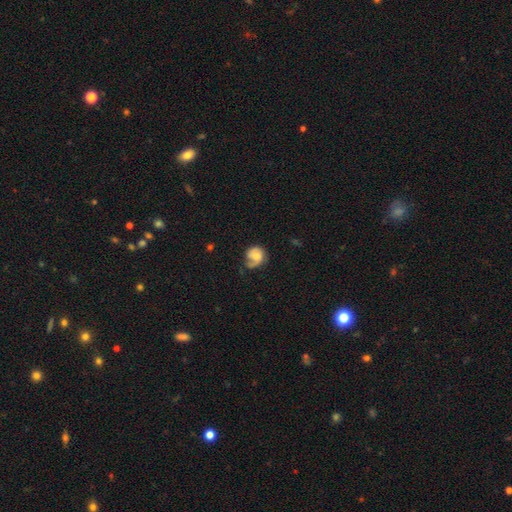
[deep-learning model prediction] featured or disk 53%, smooth 40%, star or artifact 7%. Down the decision tree: edge-on disk — no (98%); bar — no (67%); spiral arms — yes (84%); bulge size — moderate (39%); merging — none (45%).